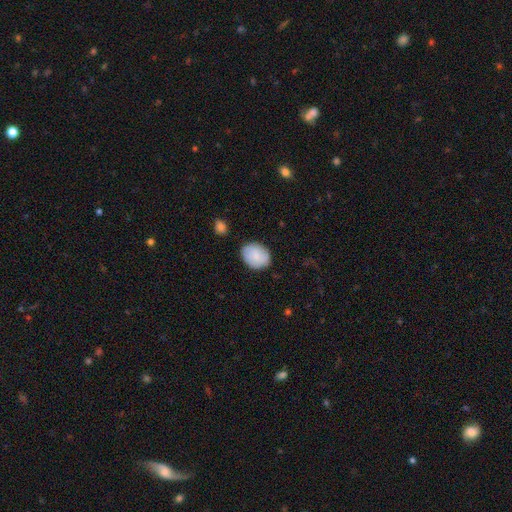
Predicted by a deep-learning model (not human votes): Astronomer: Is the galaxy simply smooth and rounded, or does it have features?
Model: smooth — 80%.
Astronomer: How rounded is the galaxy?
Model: in between — 54% (runner-up: round, 45%).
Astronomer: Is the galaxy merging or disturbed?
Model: none — 81%.